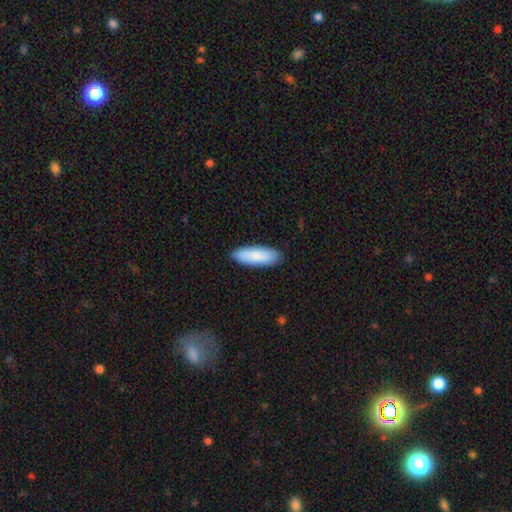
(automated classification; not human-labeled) The model was most divided on "how rounded": in between: 61%, cigar-shaped: 38%, round: 2%. More confident: merging — none (89%); smooth or featured — smooth (85%).